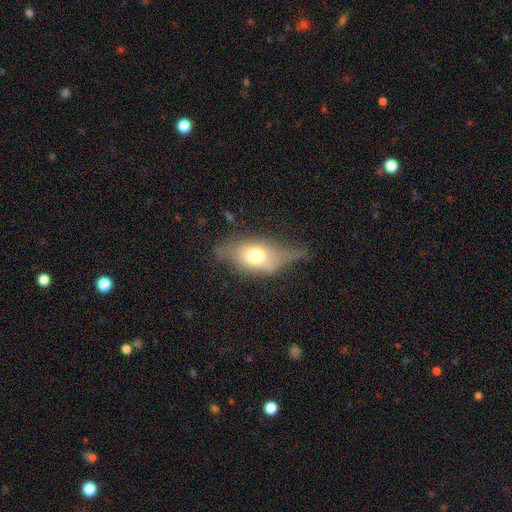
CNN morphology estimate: smooth 55%, featured or disk 37%, star or artifact 9%. Down the decision tree: how rounded — in between (78%); merging — none (39%).